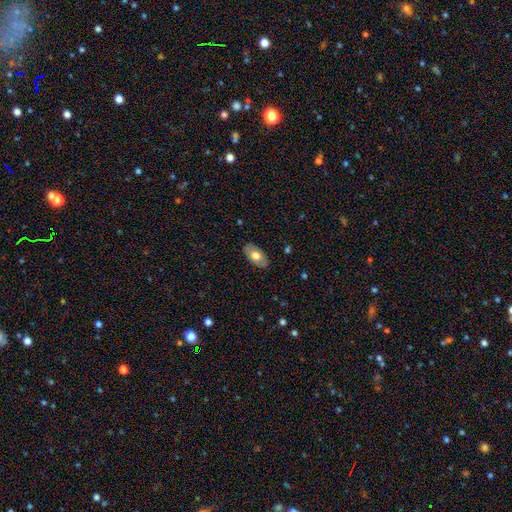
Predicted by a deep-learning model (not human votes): Morphology: type=smooth (70%); roundness=in between (94%); merging=none (85%).